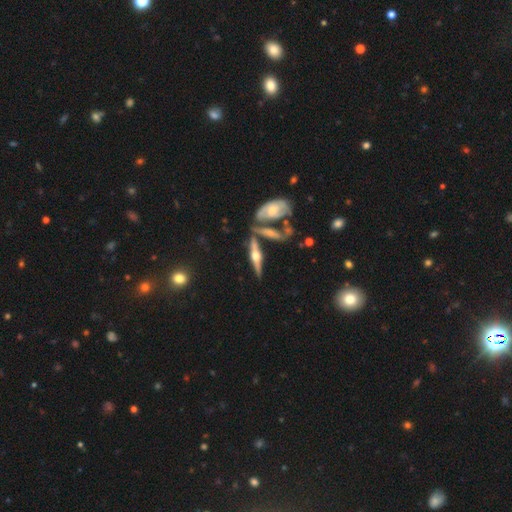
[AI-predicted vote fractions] A featured or disk galaxy (77%) viewed edge-on (94%) with a rounded central bulge (94%).

Vote fractions:
- Smooth or featured? featured or disk: 77% / smooth: 17% / star or artifact: 6%
- Edge-on disk? yes: 94% / no: 6%
- Edge-on bulge? rounded: 94% / boxy: 4% / none: 2%
- Merging? none: 64% / merger: 18% / minor disturbance: 13% / major disturbance: 5%